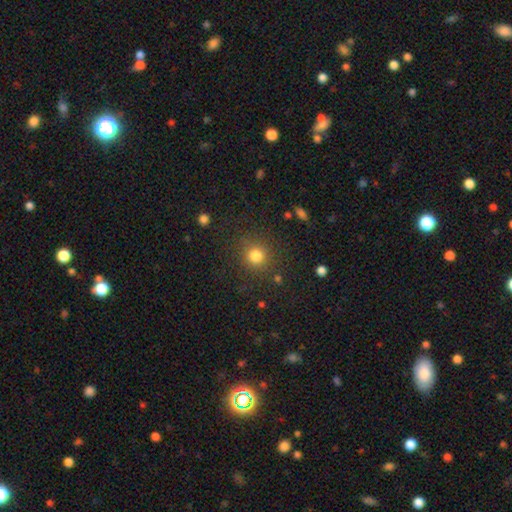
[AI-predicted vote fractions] Smooth or featured? smooth (80%)
How rounded? round (92%)
Merging? none (86%)